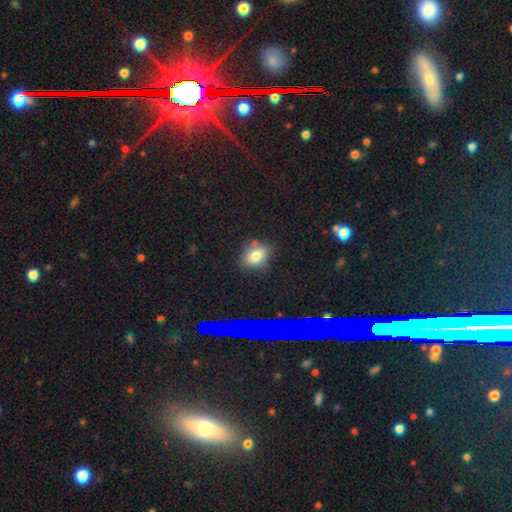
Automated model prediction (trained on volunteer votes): A smooth galaxy with no disk features (76%) that is in between round and cigar-shaped (55%). Merging: none (77%).